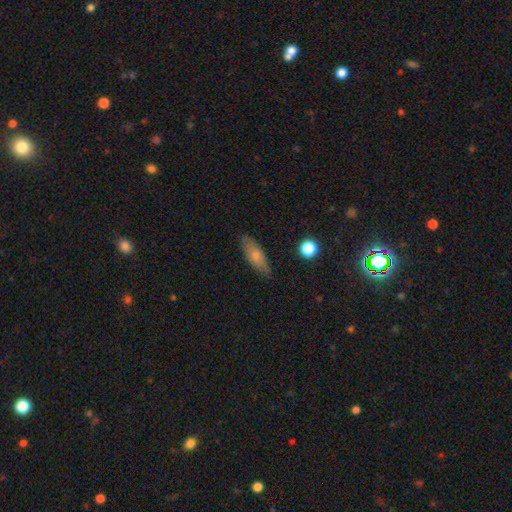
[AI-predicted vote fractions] This is likely a smooth galaxy (72%). How rounded: likely in between (66%). Merging: likely none (77%).